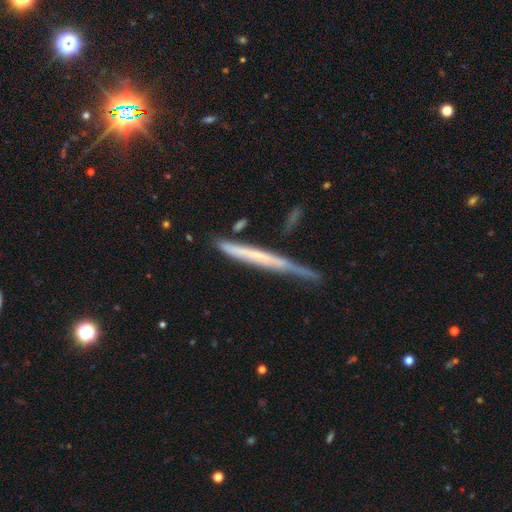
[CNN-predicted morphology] A featured or disk galaxy (53%) viewed edge-on (92%).

Vote fractions:
- Smooth or featured? featured or disk: 53% / smooth: 38% / star or artifact: 8%
- Edge-on disk? yes: 92% / no: 8%
- Merging? none: 56% / minor disturbance: 30% / major disturbance: 9% / merger: 6%